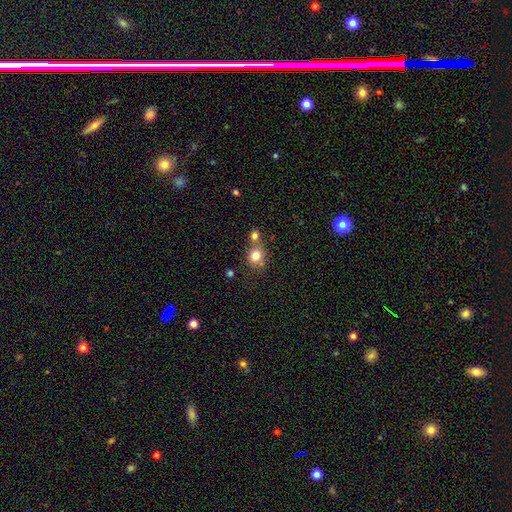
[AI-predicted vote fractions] This appears to be a smooth galaxy with no disk features (80%) that is round (81%). Merging: none (54%).